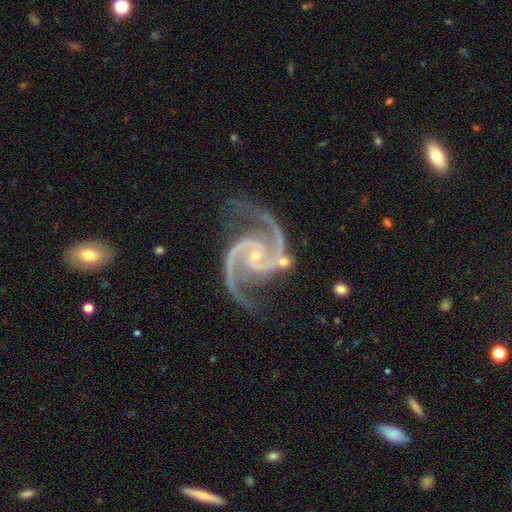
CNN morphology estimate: Smooth or featured: featured or disk — 94% (star or artifact — 4%)
Edge-on disk: no — 98% (yes — 2%)
Bar: no — 59% (weak — 27%)
Spiral arms: yes — 99% (no — 1%)
Spiral winding: medium — 69% (tight — 19%)
Spiral arm count: 2 — 88% (3 — 6%)
Bulge size: small — 80% (moderate — 17%)
Merging: none — 68% (minor disturbance — 19%)